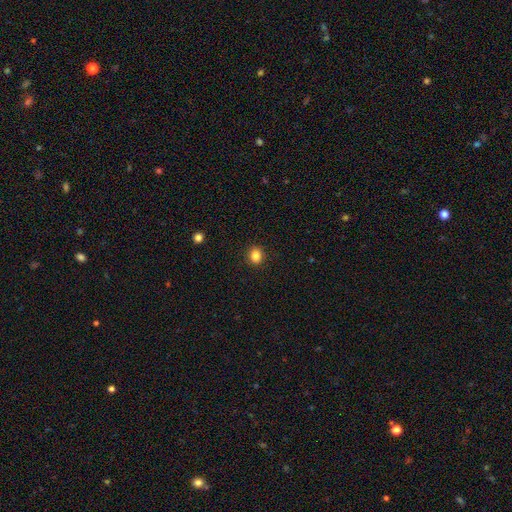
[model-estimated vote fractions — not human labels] smooth_or_featured: smooth (p=0.85) [alt: star or artifact p=0.11]
how_rounded: round (p=0.73) [alt: in between p=0.26]
merging: none (p=0.90) [alt: minor disturbance p=0.07]